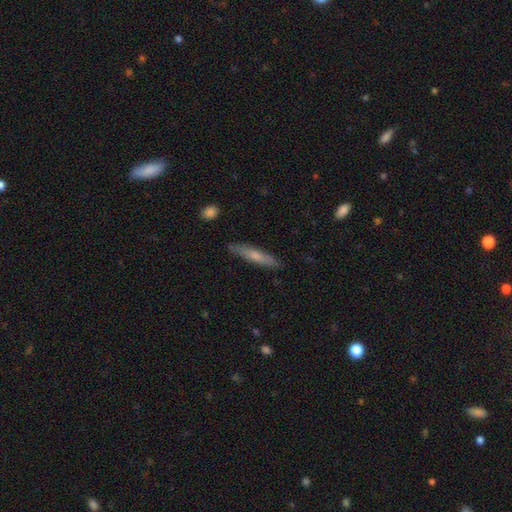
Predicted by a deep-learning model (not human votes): Smooth or featured: smooth — 62% (featured or disk — 32%)
How rounded: cigar-shaped — 90% (in between — 8%)
Merging: none — 85% (minor disturbance — 11%)